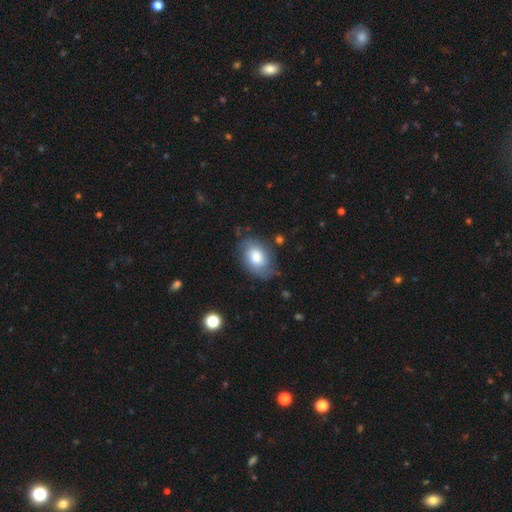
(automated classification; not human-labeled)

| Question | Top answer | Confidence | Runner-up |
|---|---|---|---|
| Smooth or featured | smooth | 57% | featured or disk (35%) |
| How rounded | in between | 80% | round (19%) |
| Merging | none | 69% | minor disturbance (22%) |